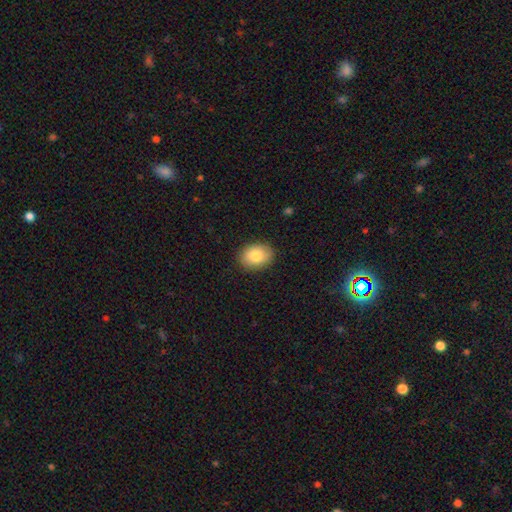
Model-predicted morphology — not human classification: smooth 84%, featured or disk 8%, star or artifact 7%. Down the decision tree: how rounded — in between (66%); merging — none (88%).